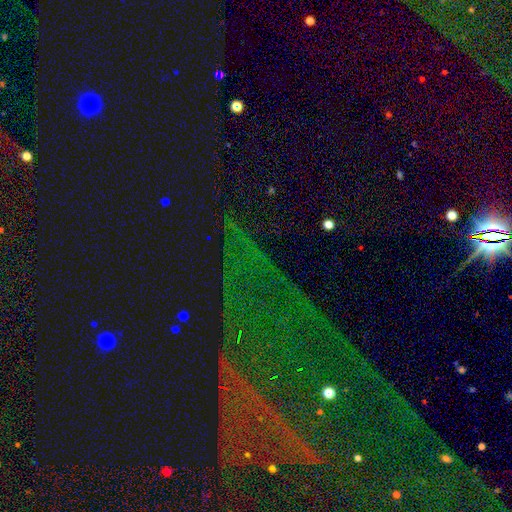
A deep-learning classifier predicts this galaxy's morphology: Q: Smooth or featured?
A: star or artifact (76%); runner-up: featured or disk (12%)